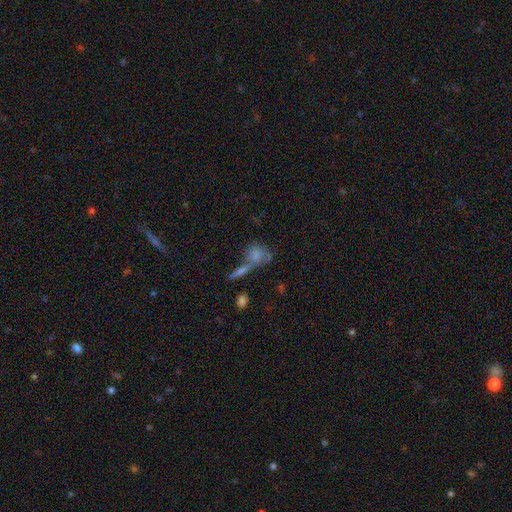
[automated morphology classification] This appears to be a smooth galaxy with no disk features (70%) that is round (49%). Merging: merger (41%).